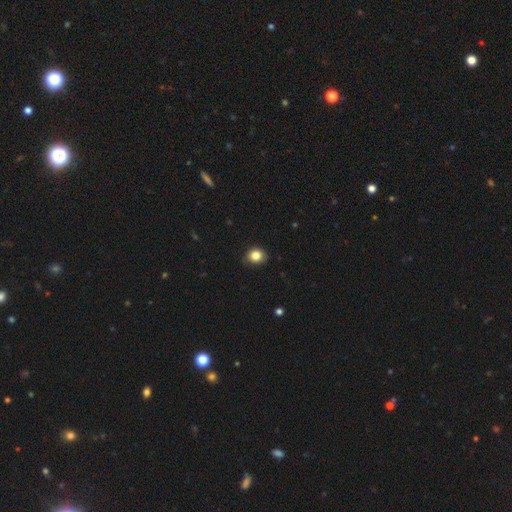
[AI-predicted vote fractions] Smooth or featured?
  - smooth: 84% *
  - star or artifact: 11%
  - featured or disk: 6%
How rounded?
  - round: 74% *
  - in between: 25%
  - cigar-shaped: 1%
Merging?
  - none: 81% *
  - minor disturbance: 16%
  - major disturbance: 2%
  - merger: 1%